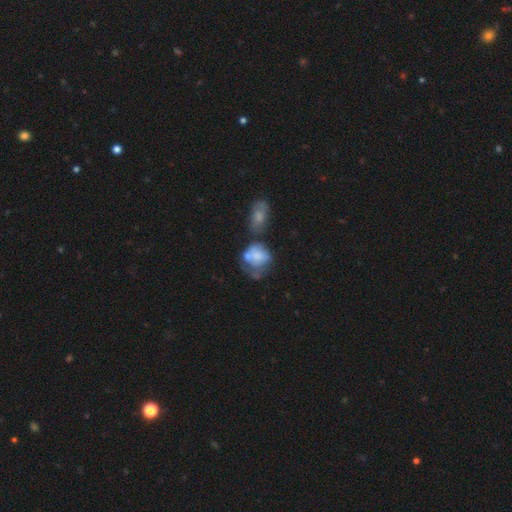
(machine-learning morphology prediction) Smooth or featured?
  - smooth: 55% *
  - featured or disk: 36%
  - star or artifact: 9%
How rounded?
  - round: 51% *
  - in between: 48%
  - cigar-shaped: 1%
Merging?
  - merger: 27% * (tied)
  - major disturbance: 27% * (tied)
  - none: 25%
  - minor disturbance: 22%